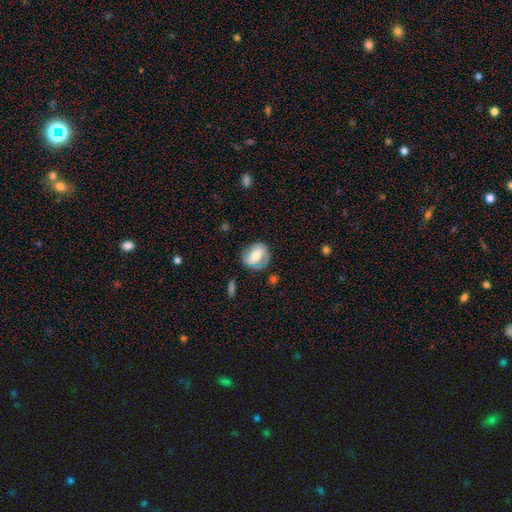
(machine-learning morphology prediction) Smooth or featured: featured or disk — 55% (smooth — 38%)
Edge-on disk: no — 96% (yes — 4%)
Bar: weak — 36% (no — 35%)
Spiral arms: yes — 72% (no — 28%)
Bulge size: moderate — 62% (small — 26%)
Merging: none — 70% (minor disturbance — 20%)